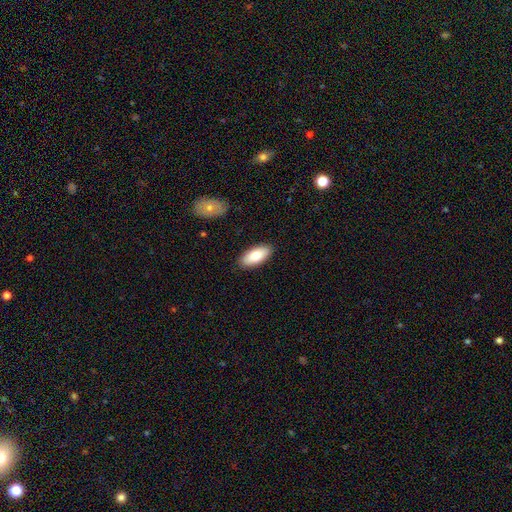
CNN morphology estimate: smooth-or-featured: smooth: 83% | featured or disk: 12% | star or artifact: 6%
  how-rounded: in between: 87% | cigar-shaped: 11% | round: 2%
  merging: none: 88% | minor disturbance: 8% | major disturbance: 2% | merger: 1%